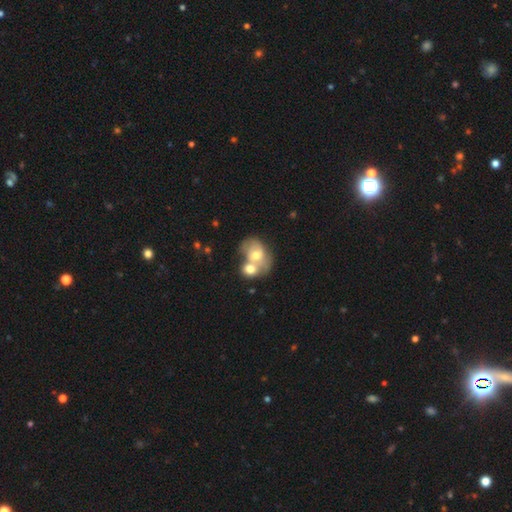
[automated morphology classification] Smooth or featured: smooth — 54% (featured or disk — 38%)
How rounded: in between — 54% (round — 45%)
Merging: merger — 69% (none — 17%)